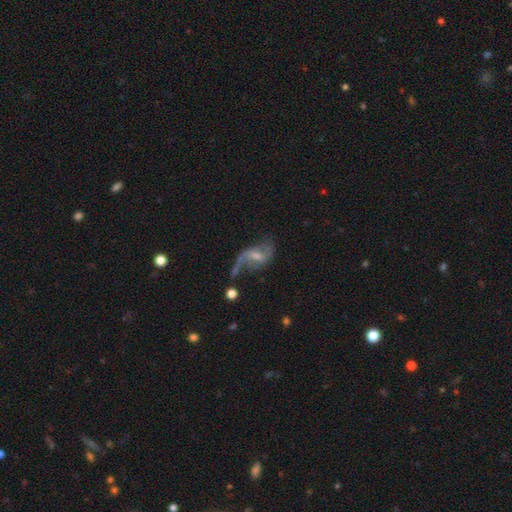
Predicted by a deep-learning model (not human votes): This appears to be a featured or disk galaxy (81%) with a weak bar (52%), 2 (81%) loose (79%) spiral arms (92%) and a small central bulge (51%). Merging: none (51%).